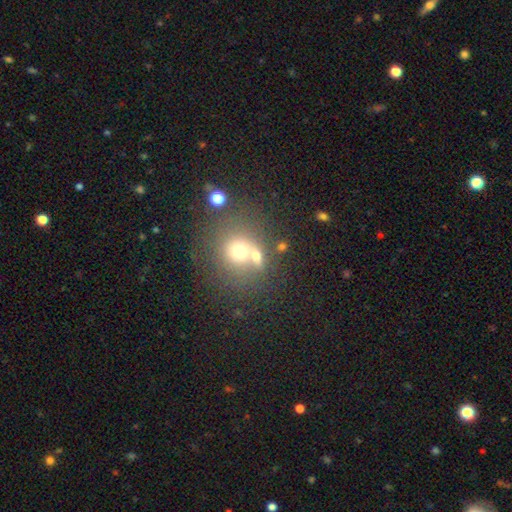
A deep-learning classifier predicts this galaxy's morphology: Smooth or featured?
  - smooth: 66% *
  - featured or disk: 18%
  - star or artifact: 16%
How rounded?
  - round: 71% *
  - in between: 27%
  - cigar-shaped: 2%
Merging?
  - merger: 49% *
  - none: 36%
  - minor disturbance: 9%
  - major disturbance: 6%